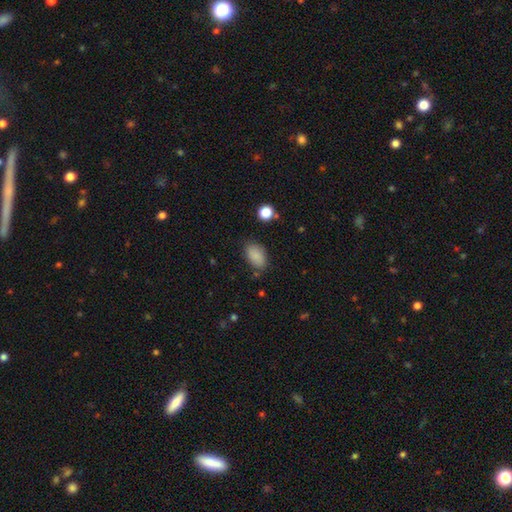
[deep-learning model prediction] A smooth galaxy with no disk features (86%) that is in between round and cigar-shaped (90%).

Vote fractions:
- Smooth or featured? smooth: 86% / star or artifact: 8% / featured or disk: 5%
- How rounded? in between: 90% / round: 9% / cigar-shaped: 2%
- Merging? none: 78% / minor disturbance: 16% / major disturbance: 4% / merger: 2%